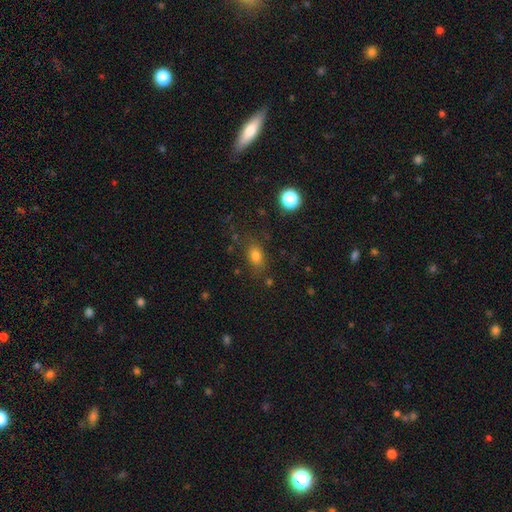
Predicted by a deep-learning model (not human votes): Morphology: type=smooth (77%); roundness=in between (72%); merging=none (75%).